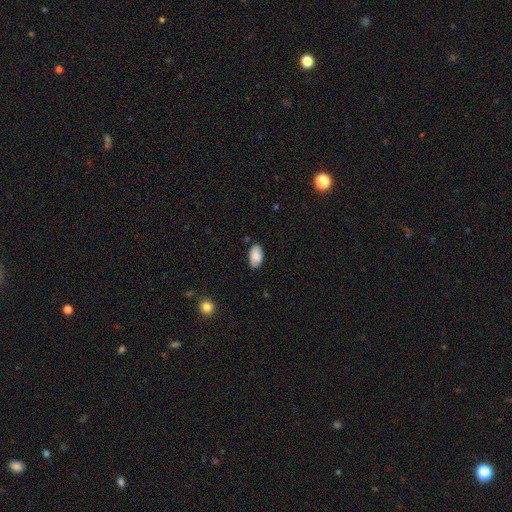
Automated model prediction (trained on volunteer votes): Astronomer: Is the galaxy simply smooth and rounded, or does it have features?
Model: smooth — 86%.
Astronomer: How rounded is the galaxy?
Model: in between — 95%.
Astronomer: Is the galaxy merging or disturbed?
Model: none — 80%.